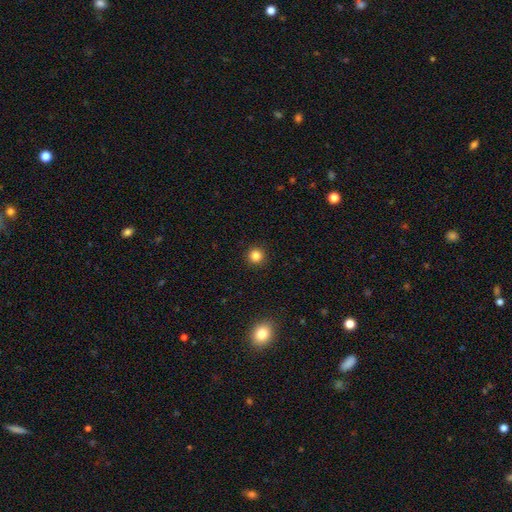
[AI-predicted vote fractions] Overall: smooth (83%). How rounded: round (95%). Merging: none (93%).